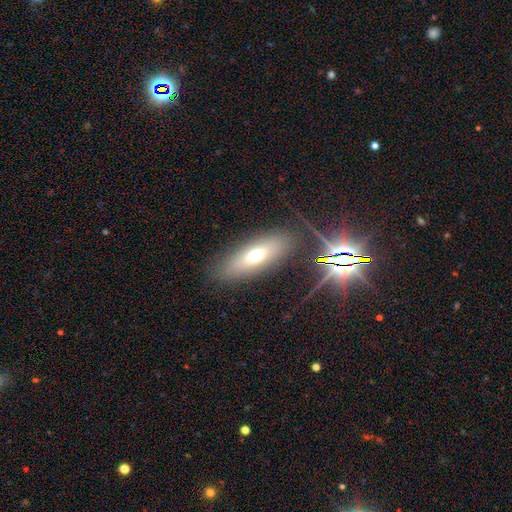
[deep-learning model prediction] smooth-or-featured: smooth: 62% | featured or disk: 26% | star or artifact: 12%
  how-rounded: in between: 71% | cigar-shaped: 24% | round: 4%
  merging: none: 82% | minor disturbance: 10% | major disturbance: 5% | merger: 2%